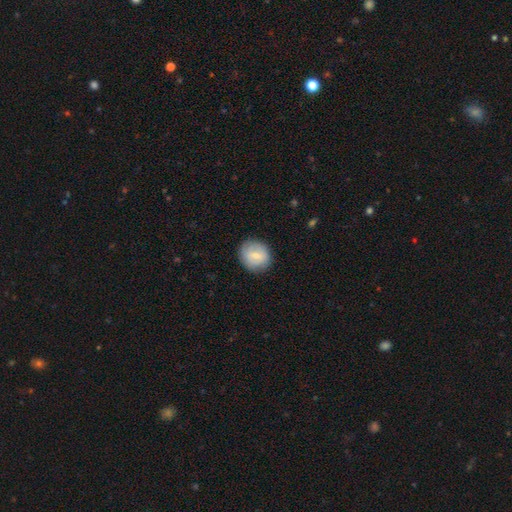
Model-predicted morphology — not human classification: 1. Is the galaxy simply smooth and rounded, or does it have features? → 68% smooth, 25% featured or disk, 7% star or artifact.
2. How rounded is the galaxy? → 84% round, 15% in between, 1% cigar-shaped.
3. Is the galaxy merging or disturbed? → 86% none, 10% minor disturbance, 3% major disturbance, 1% merger.